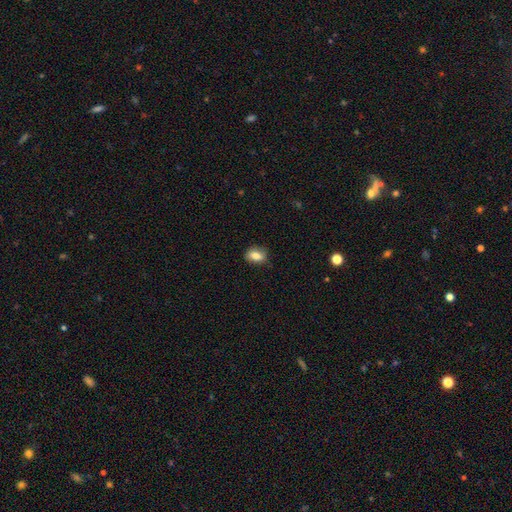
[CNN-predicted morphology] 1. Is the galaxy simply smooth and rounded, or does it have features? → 81% smooth, 11% featured or disk, 9% star or artifact.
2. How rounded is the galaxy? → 77% in between, 20% round, 3% cigar-shaped.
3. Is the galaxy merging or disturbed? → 79% none, 17% minor disturbance, 3% major disturbance, 1% merger.